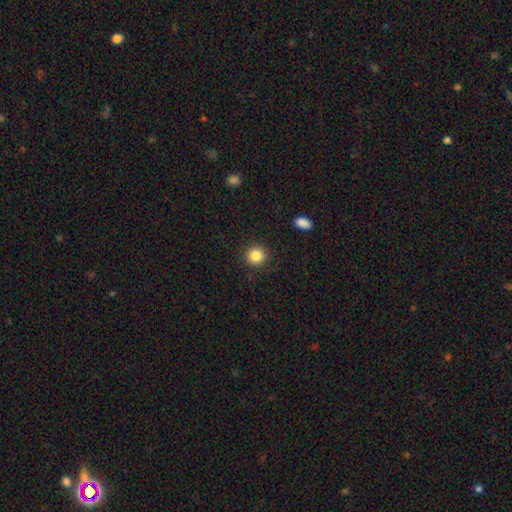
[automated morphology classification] type=smooth (85%); roundness=round (89%); merging=none (90%).